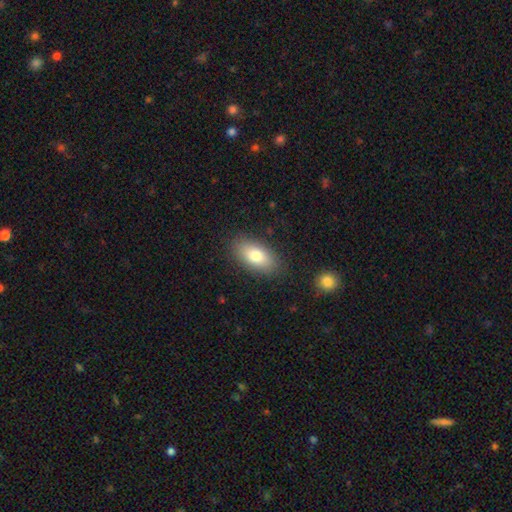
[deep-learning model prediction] Smooth or featured? smooth (79%)
How rounded? in between (90%)
Merging? none (86%)